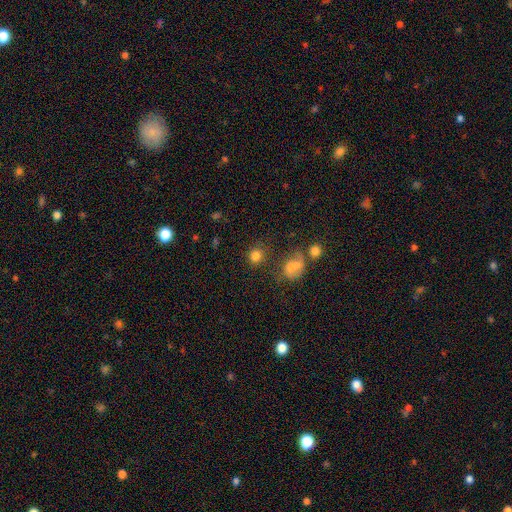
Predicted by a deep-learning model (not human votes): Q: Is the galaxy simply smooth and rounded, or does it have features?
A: smooth — 81%.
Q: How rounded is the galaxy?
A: round — 84%.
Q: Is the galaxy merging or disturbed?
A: none — 76%.